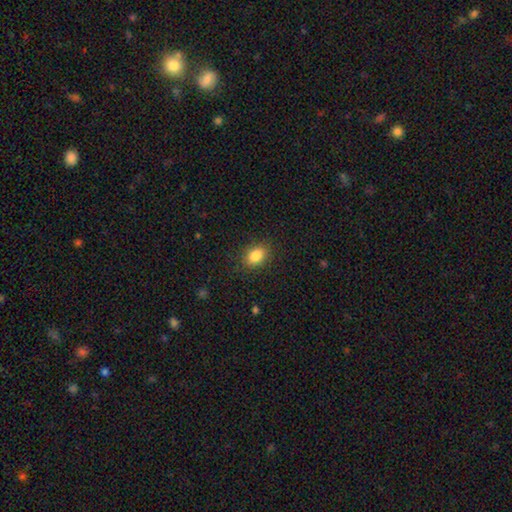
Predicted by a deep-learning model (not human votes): Morphology: type=smooth (85%); roundness=in between (74%); merging=none (86%).